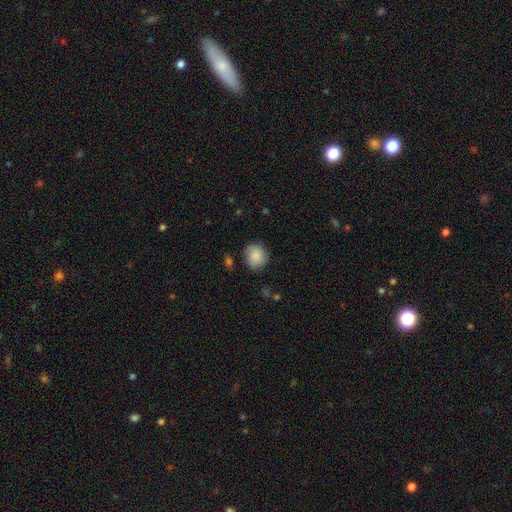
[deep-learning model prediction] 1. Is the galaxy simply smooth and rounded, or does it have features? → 82% smooth, 11% featured or disk, 7% star or artifact.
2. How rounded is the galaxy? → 81% round, 18% in between, 1% cigar-shaped.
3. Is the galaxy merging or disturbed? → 75% none, 19% minor disturbance, 5% major disturbance, 2% merger.